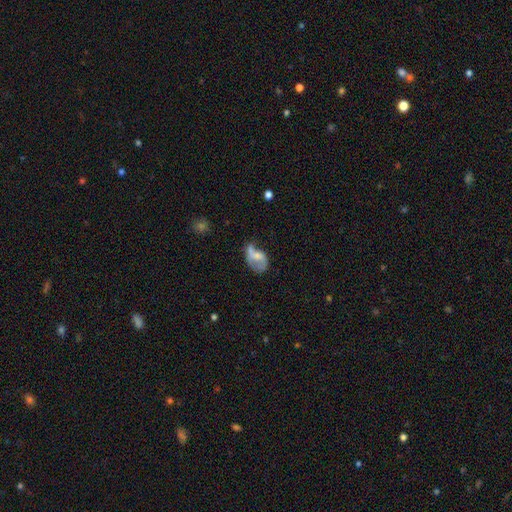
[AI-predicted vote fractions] Morphology: type=featured or disk (51%); edge-on=no (97%); merging=major disturbance (35%).